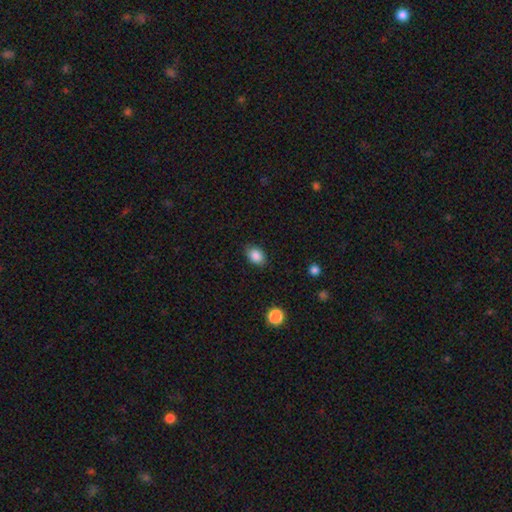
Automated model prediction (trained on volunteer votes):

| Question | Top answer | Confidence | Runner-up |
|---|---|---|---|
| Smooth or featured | smooth | 87% | star or artifact (9%) |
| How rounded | in between | 76% | round (23%) |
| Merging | none | 85% | minor disturbance (11%) |